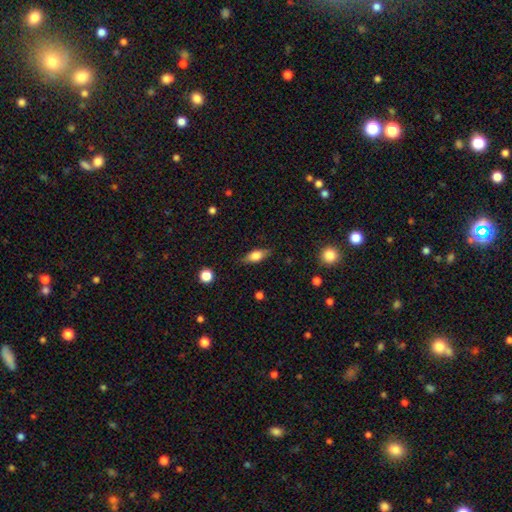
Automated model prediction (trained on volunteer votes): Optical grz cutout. It shows a smooth galaxy with no disk features (68%) that is in between round and cigar-shaped (75%). Merging: none (82%).